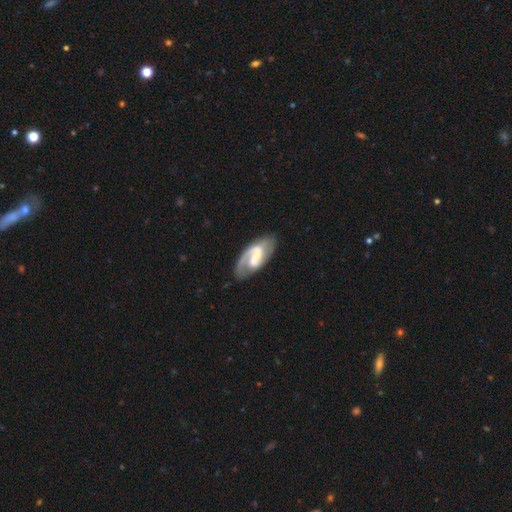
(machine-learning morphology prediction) smooth_or_featured: featured or disk (p=0.84) [alt: smooth p=0.12]
disk_edge_on: no (p=0.96) [alt: yes p=0.04]
bar: weak (p=0.47) [alt: strong p=0.32]
has_spiral_arms: yes (p=0.95) [alt: no p=0.05]
spiral_winding: medium (p=0.50) [alt: tight p=0.27]
spiral_arm_count: 2 (p=0.68) [alt: 1 p=0.25]
bulge_size: small (p=0.43) [alt: moderate p=0.36]
merging: none (p=0.74) [alt: minor disturbance p=0.16]